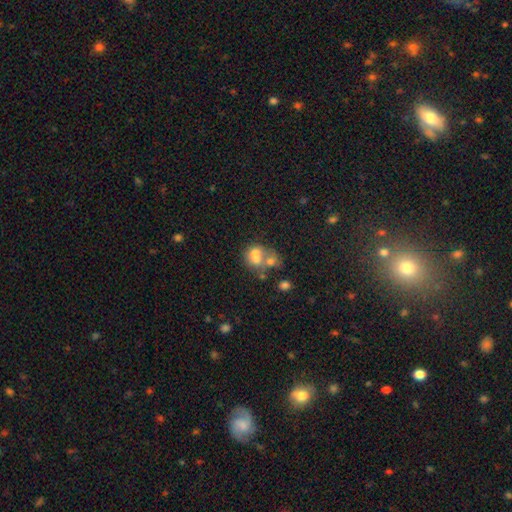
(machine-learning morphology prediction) smooth-or-featured: smooth: 62% | featured or disk: 26% | star or artifact: 12%
  how-rounded: round: 62% | in between: 37% | cigar-shaped: 1%
  merging: merger: 66% | none: 21% | minor disturbance: 7% | major disturbance: 6%